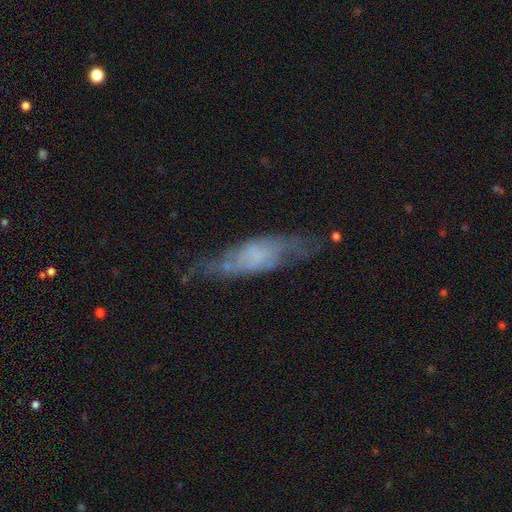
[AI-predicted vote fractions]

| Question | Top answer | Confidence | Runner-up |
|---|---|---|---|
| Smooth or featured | featured or disk | 55% | smooth (36%) |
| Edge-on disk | no | 63% | yes (37%) |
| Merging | none | 52% | minor disturbance (27%) |